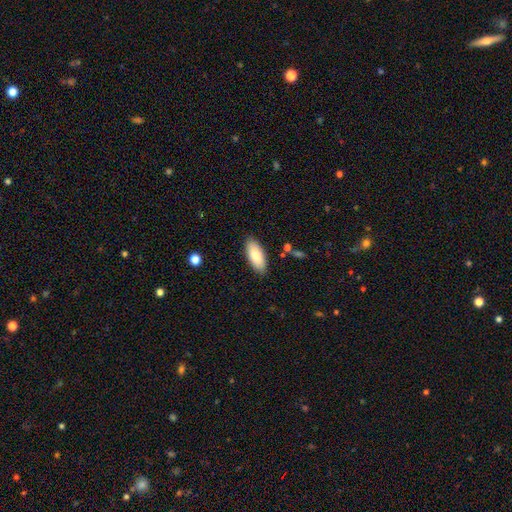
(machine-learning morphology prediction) smooth 83%, featured or disk 11%, star or artifact 6%. Down the decision tree: how rounded — in between (84%); merging — none (86%).